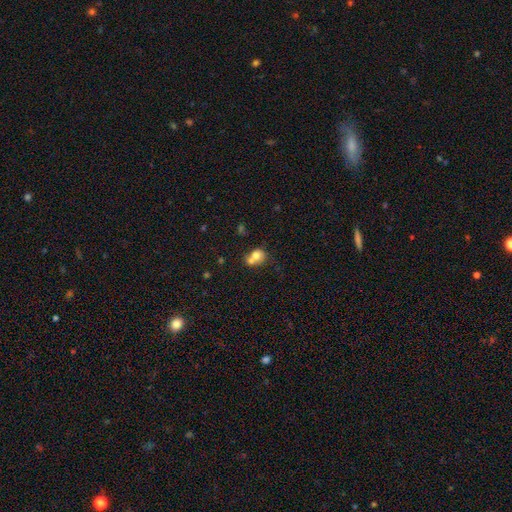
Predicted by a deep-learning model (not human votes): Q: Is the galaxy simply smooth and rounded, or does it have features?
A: smooth — 72%.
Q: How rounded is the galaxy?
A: round — 66%.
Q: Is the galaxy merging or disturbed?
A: merger — 57%.